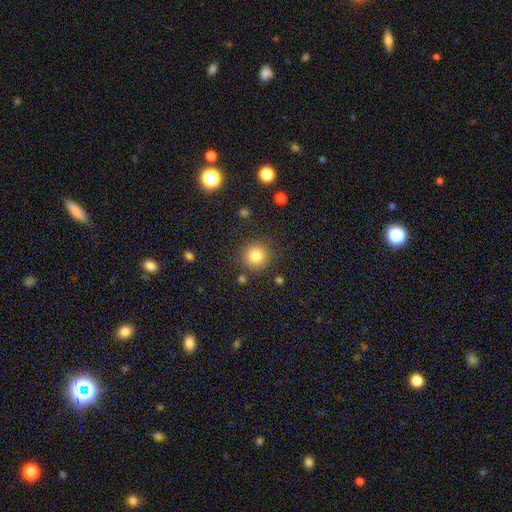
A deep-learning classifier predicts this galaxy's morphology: A smooth galaxy with no disk features (82%) that is round (93%).

Vote fractions:
- Smooth or featured? smooth: 82% / star or artifact: 12% / featured or disk: 6%
- How rounded? round: 93% / in between: 6% / cigar-shaped: 1%
- Merging? none: 86% / minor disturbance: 8% / major disturbance: 3% / merger: 3%